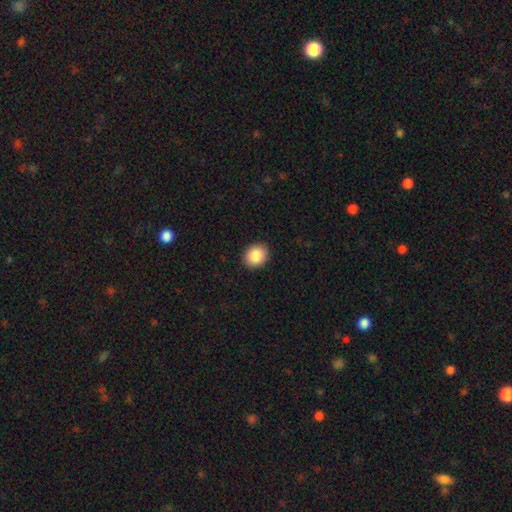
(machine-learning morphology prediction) type=smooth (87%); roundness=round (68%); merging=none (91%).